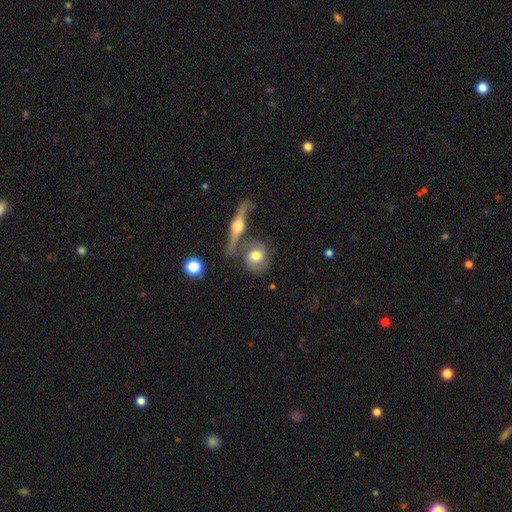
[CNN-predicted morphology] A featured or disk galaxy (53%). Merging: none (53%).